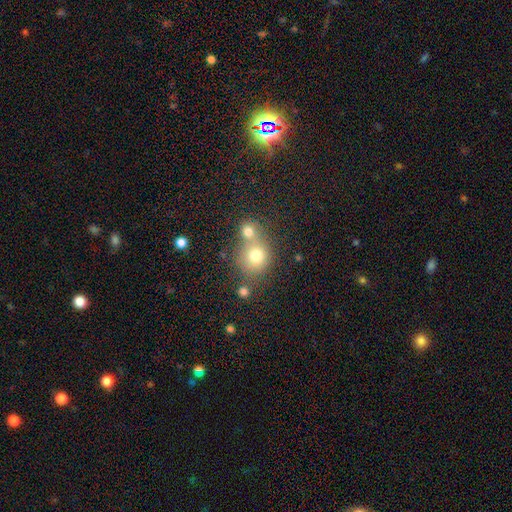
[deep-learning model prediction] smooth 74%, star or artifact 14%, featured or disk 12%. Down the decision tree: how rounded — round (82%); merging — merger (45%).